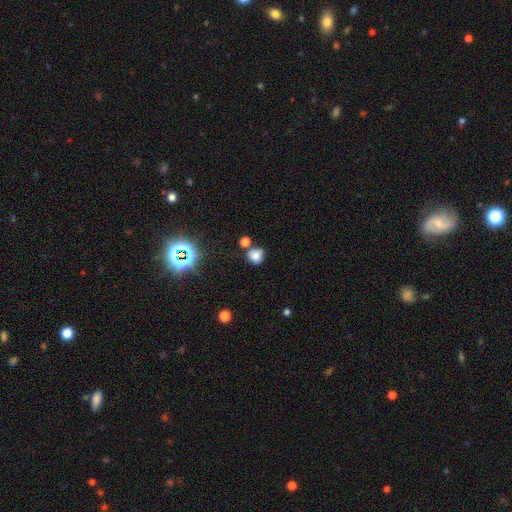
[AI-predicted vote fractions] Overall: smooth (74%). How rounded: round (76%). Merging: none (62%).